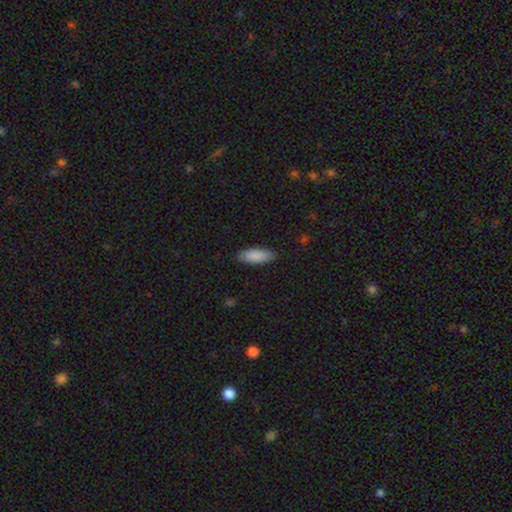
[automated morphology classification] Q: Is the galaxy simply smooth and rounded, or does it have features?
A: smooth — 88%.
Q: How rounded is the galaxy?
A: in between — 67%.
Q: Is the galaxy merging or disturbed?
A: none — 85%.